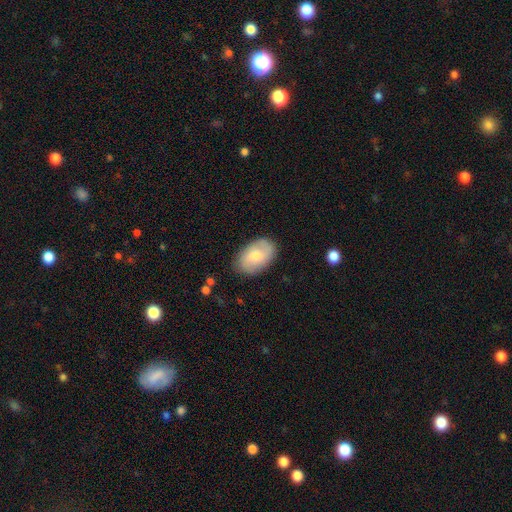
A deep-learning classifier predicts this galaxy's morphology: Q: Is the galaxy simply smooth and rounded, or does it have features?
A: smooth — 62%.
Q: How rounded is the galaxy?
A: in between — 90%.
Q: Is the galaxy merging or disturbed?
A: none — 83%.